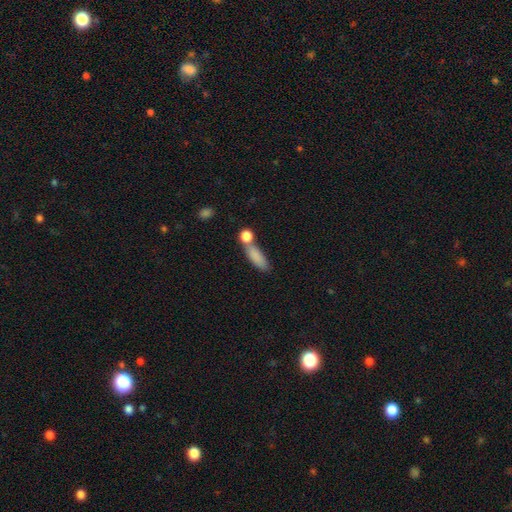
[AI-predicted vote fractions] Smooth or featured: smooth — 81% (featured or disk — 10%)
How rounded: in between — 52% (cigar-shaped — 42%)
Merging: none — 45% (merger — 35%)